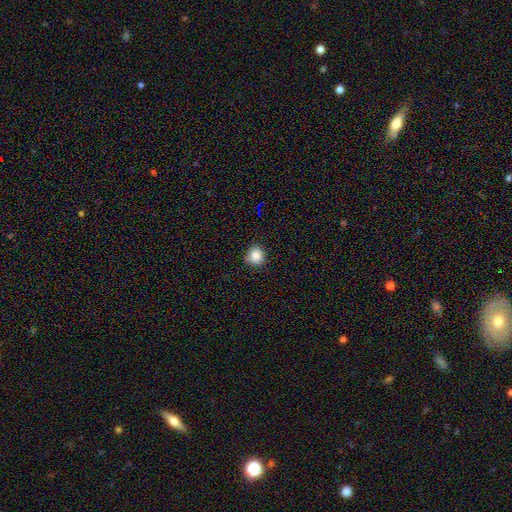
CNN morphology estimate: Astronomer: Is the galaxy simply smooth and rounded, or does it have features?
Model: smooth — 85%.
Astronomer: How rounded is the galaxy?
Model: round — 90%.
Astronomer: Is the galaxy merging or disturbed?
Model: none — 84%.